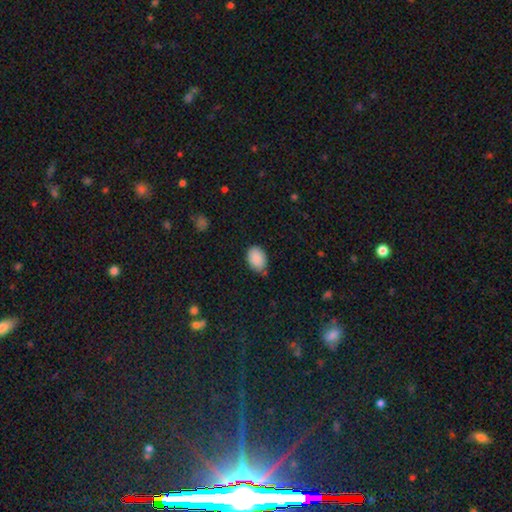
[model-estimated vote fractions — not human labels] The model was most divided on "merging": none: 74%, minor disturbance: 21%, major disturbance: 3%, merger: 2%. More confident: smooth or featured — smooth (89%); how rounded — in between (83%).